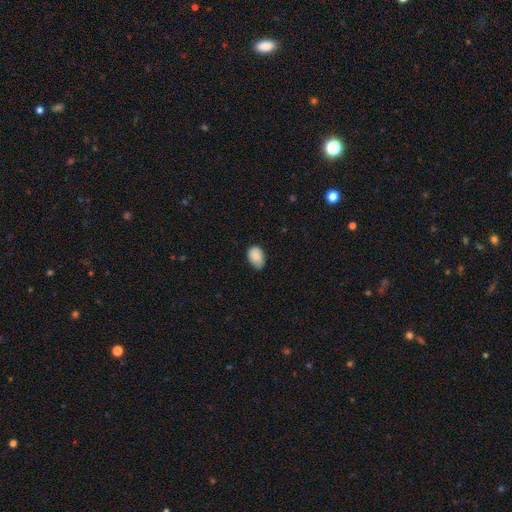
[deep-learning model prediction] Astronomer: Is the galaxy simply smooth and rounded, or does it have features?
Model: smooth — 87%.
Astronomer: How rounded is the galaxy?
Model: in between — 83%.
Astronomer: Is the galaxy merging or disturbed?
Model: none — 53% (runner-up: minor disturbance, 40%).